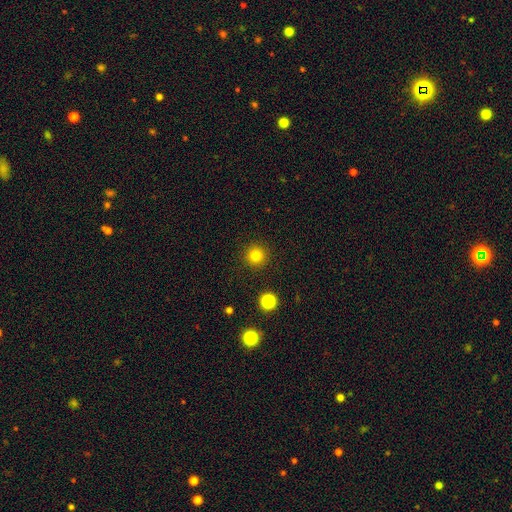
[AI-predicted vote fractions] Smooth or featured? Predicted: smooth (p=0.81). How rounded? Predicted: round (p=0.96). Merging? Predicted: none (p=0.92).